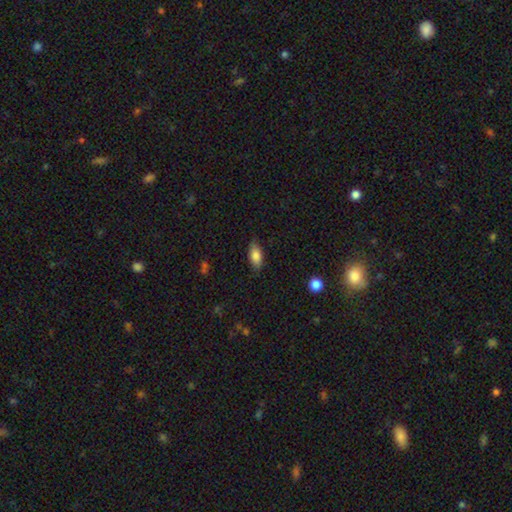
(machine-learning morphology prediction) Q: Smooth or featured?
A: smooth (81%); runner-up: featured or disk (12%)
Q: How rounded?
A: in between (86%); runner-up: cigar-shaped (11%)
Q: Merging?
A: none (83%); runner-up: minor disturbance (14%)